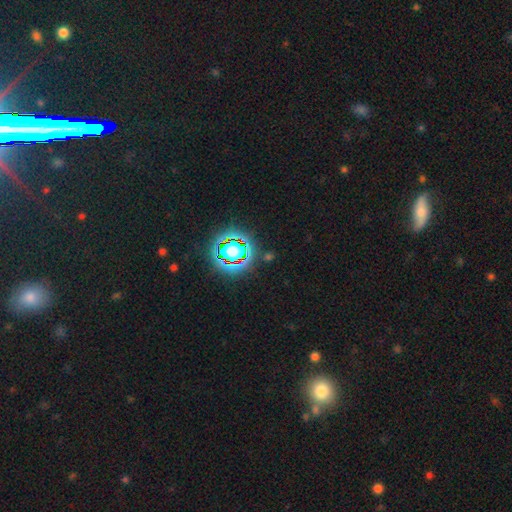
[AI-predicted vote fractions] smooth-or-featured: star or artifact: 77% | smooth: 13% | featured or disk: 10%